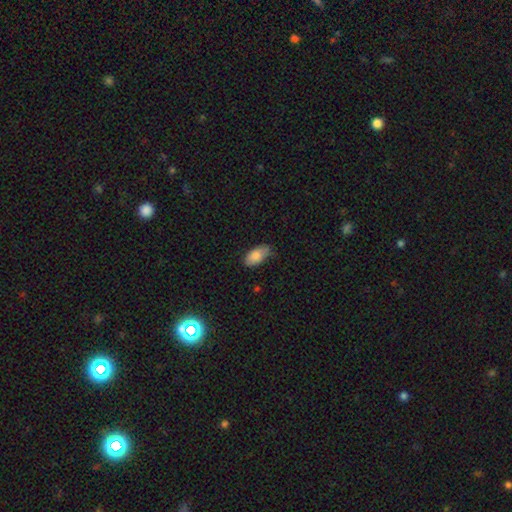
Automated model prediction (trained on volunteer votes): smooth_or_featured: smooth (p=0.84) [alt: featured or disk p=0.09]
how_rounded: in between (p=0.93) [alt: cigar-shaped p=0.04]
merging: none (p=0.66) [alt: minor disturbance p=0.28]